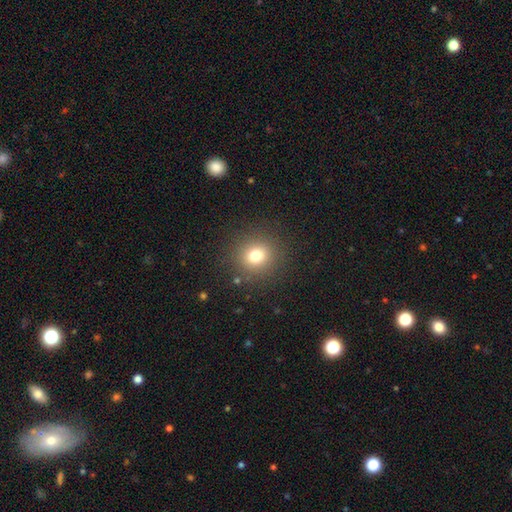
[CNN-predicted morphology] A smooth galaxy with no disk features (76%) that is round (87%).

Vote fractions:
- Smooth or featured? smooth: 76% / star or artifact: 15% / featured or disk: 8%
- How rounded? round: 87% / in between: 12% / cigar-shaped: 1%
- Merging? none: 89% / minor disturbance: 7% / major disturbance: 3% / merger: 1%